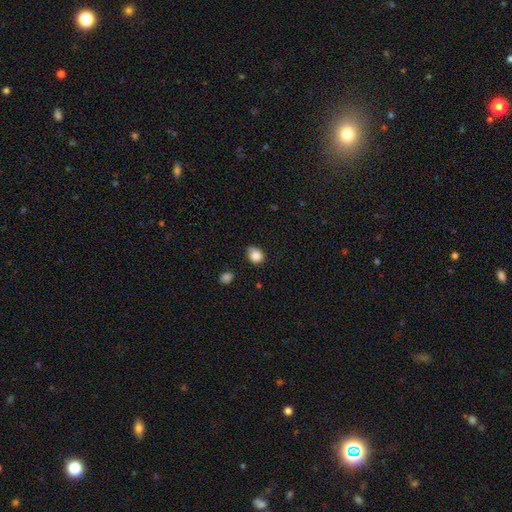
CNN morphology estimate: smooth-or-featured: smooth: 86% | star or artifact: 9% | featured or disk: 5%
  how-rounded: round: 61% | in between: 39% | cigar-shaped: 1%
  merging: none: 63% | minor disturbance: 30% | major disturbance: 5% | merger: 2%